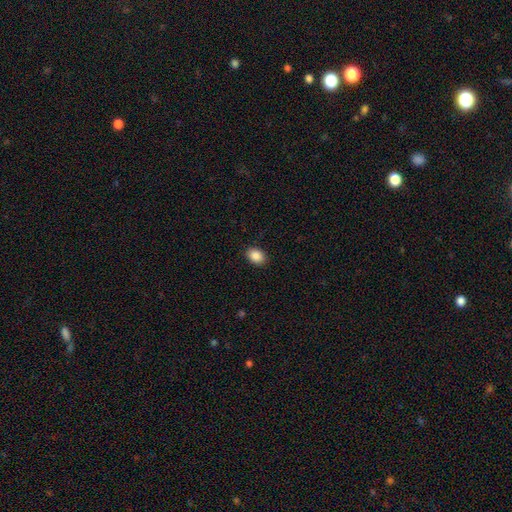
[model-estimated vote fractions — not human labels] Smooth or featured? smooth (89%)
How rounded? in between (71%)
Merging? none (89%)